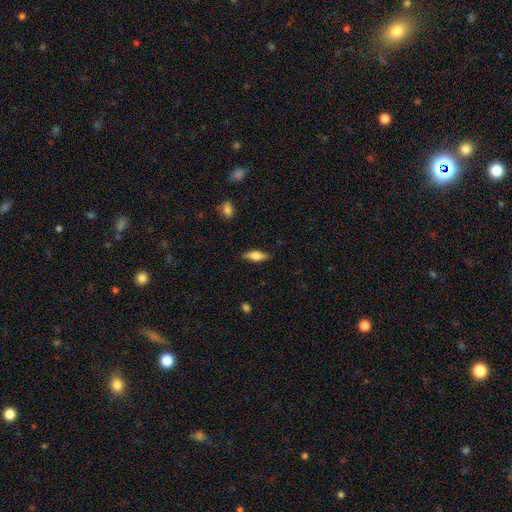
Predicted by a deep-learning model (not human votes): Q: Smooth or featured?
A: smooth (51%); runner-up: featured or disk (42%)
Q: How rounded?
A: in between (63%); runner-up: cigar-shaped (33%)
Q: Merging?
A: none (83%); runner-up: minor disturbance (13%)